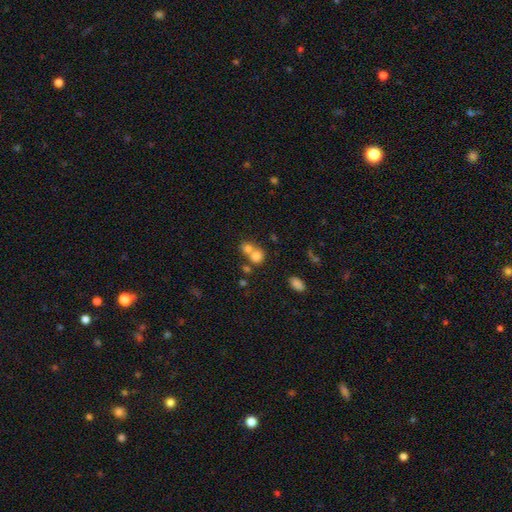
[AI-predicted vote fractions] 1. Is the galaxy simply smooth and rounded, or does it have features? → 76% smooth, 12% star or artifact, 11% featured or disk.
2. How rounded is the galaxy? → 71% round, 28% in between, 1% cigar-shaped.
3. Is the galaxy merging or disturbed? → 58% merger, 33% none, 6% minor disturbance, 3% major disturbance.